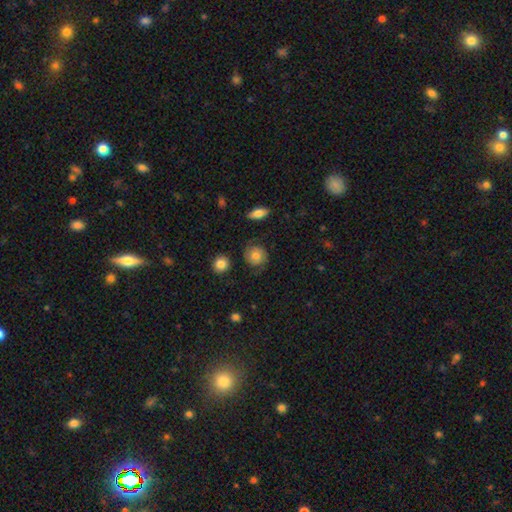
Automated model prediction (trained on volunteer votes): Smooth or featured? Predicted: smooth (p=0.45, tied with featured or disk). Merging? Predicted: none (p=0.76).